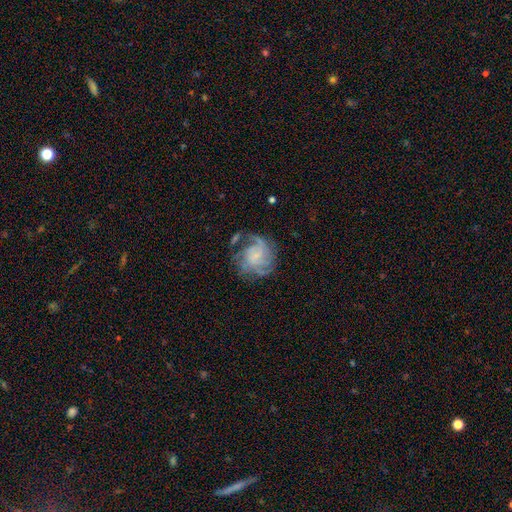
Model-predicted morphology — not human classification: The model was most divided on "spiral arm count": can't tell: 28%, 3: 25%, 2: 20%, 4: 12%, 1: 8%, more than 4: 7%. Remaining: edge-on disk — no (98%); spiral arms — yes (94%); smooth or featured — featured or disk (80%); bar — no (62%); merging — none (57%); bulge size — small (51%); spiral winding — tight (45%).